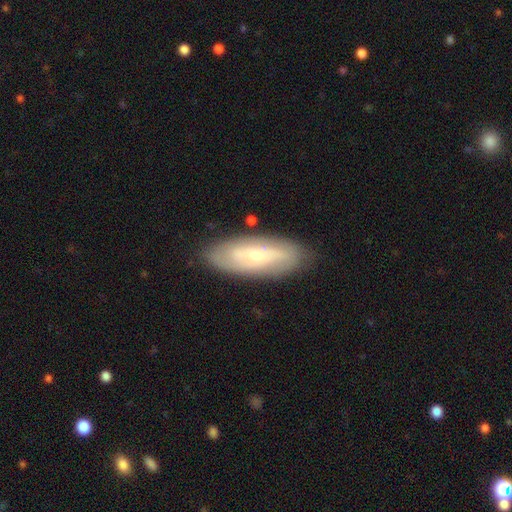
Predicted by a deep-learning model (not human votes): This appears to be a featured or disk galaxy (57%). Merging: none (83%).